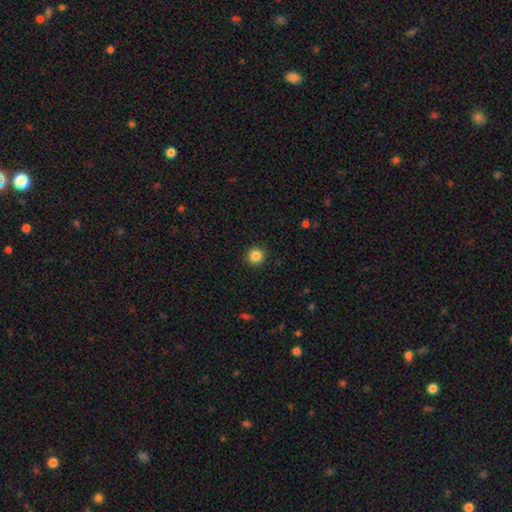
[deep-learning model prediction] The model was most divided on "smooth or featured": smooth: 85%, star or artifact: 11%, featured or disk: 4%. More confident: how rounded — round (95%); merging — none (92%).